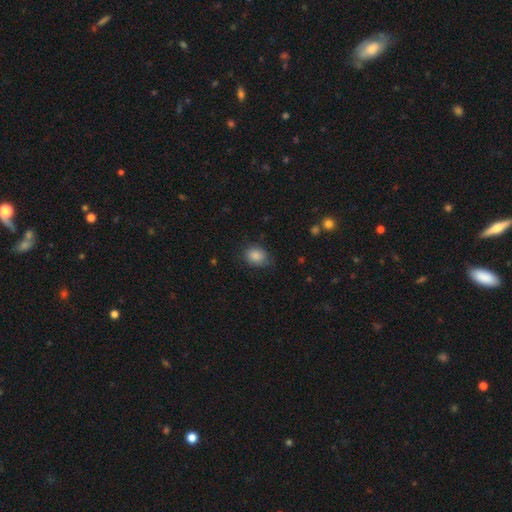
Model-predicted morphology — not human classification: This is clearly a smooth galaxy (87%). How rounded: likely in between (62%). Merging: likely none (73%).